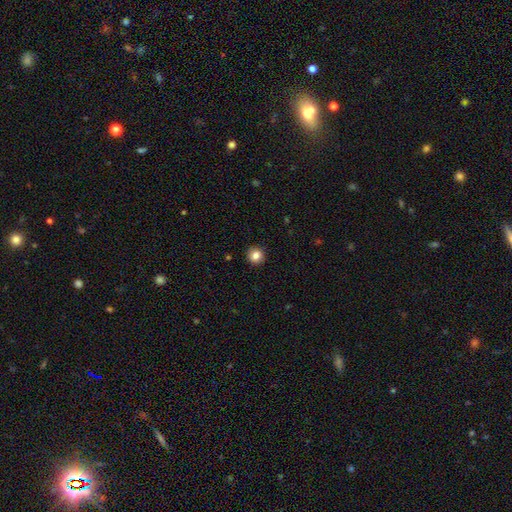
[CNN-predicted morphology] A smooth galaxy with no disk features (84%) that is round (94%). Merging: none (92%).